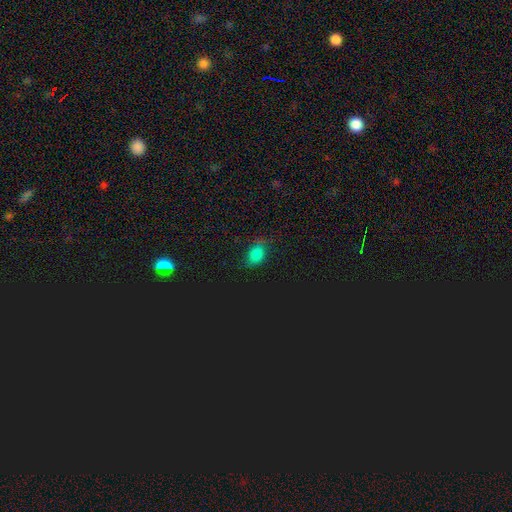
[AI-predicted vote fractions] smooth 68%, star or artifact 25%, featured or disk 7%. Down the decision tree: how rounded — in between (72%); merging — none (66%).